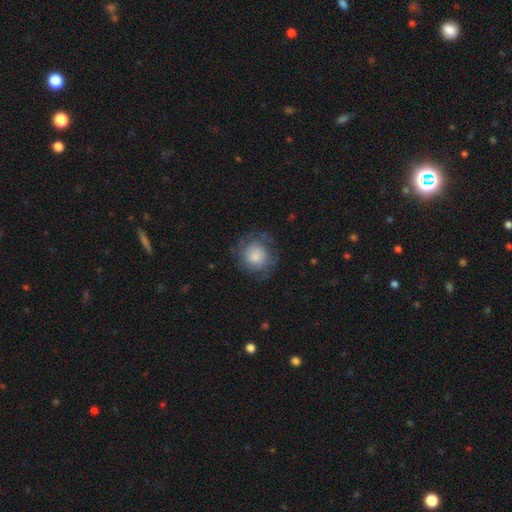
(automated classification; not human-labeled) smooth_or_featured: smooth (p=0.69) [alt: featured or disk p=0.23]
how_rounded: round (p=0.89) [alt: in between p=0.10]
merging: none (p=0.68) [alt: minor disturbance p=0.19]